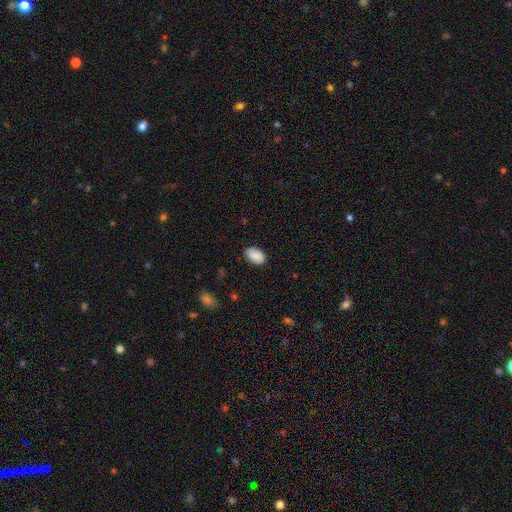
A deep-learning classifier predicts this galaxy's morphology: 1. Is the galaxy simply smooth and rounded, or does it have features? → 90% smooth, 7% star or artifact, 4% featured or disk.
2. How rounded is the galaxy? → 92% in between, 7% round, 1% cigar-shaped.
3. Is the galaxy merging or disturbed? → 86% none, 11% minor disturbance, 2% major disturbance, 1% merger.